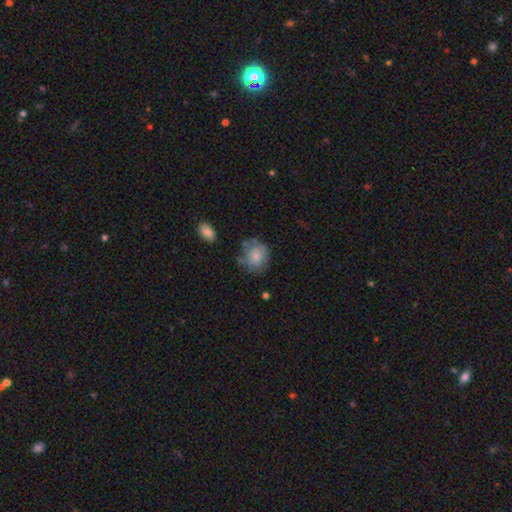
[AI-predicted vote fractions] The model was most divided on "merging": none: 60%, minor disturbance: 25%, major disturbance: 9%, merger: 5%. More confident: how rounded — round (78%); smooth or featured — smooth (74%).